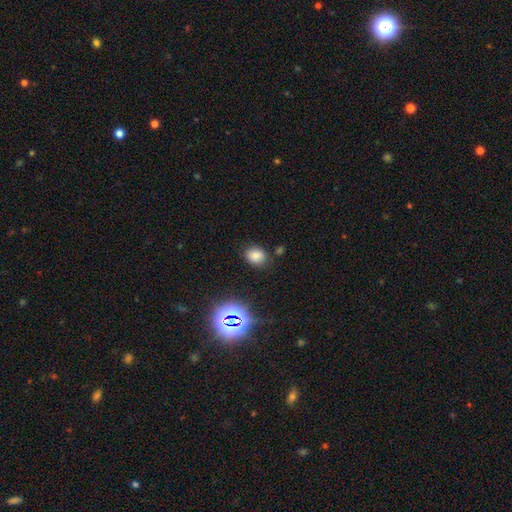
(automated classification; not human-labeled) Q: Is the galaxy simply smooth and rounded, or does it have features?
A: smooth — 74%.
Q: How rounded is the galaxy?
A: in between — 51%.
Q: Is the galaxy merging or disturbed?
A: none — 80%.